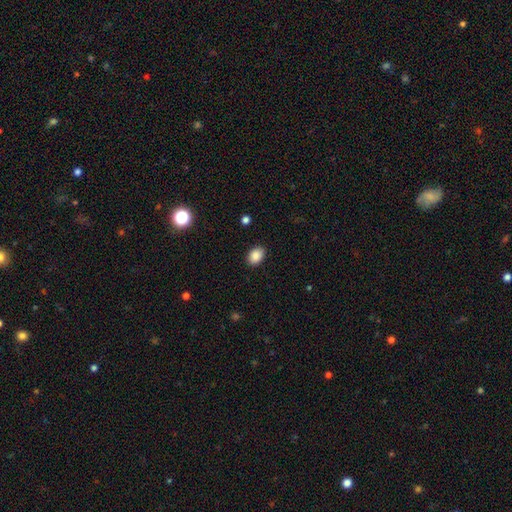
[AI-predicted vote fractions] This is clearly a smooth galaxy (88%). How rounded: likely in between (78%). Merging: clearly none (88%).